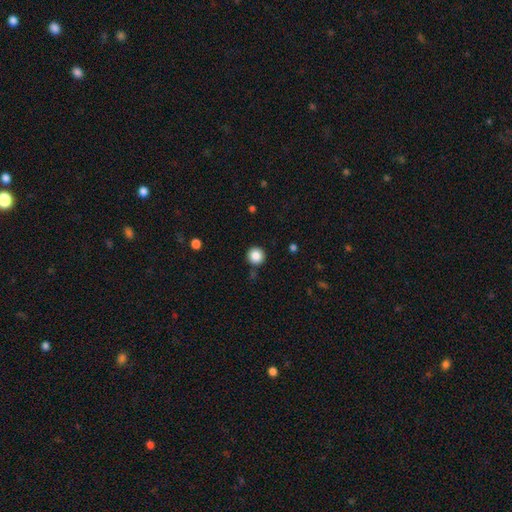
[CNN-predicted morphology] type=smooth (86%); roundness=round (95%); merging=none (89%).